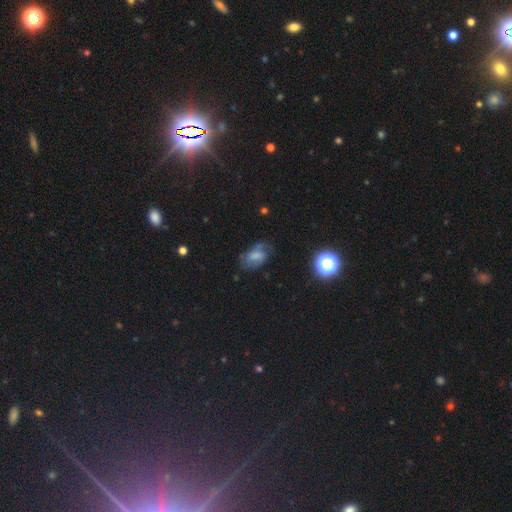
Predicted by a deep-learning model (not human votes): Smooth or featured: smooth — 46% (featured or disk — 40%)
Merging: none — 52% (minor disturbance — 27%)